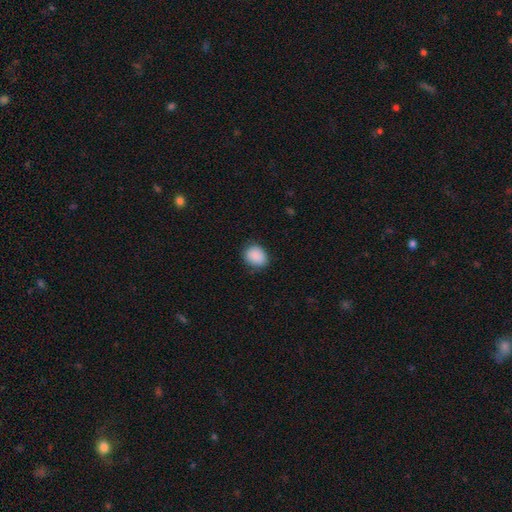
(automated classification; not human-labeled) Q: Smooth or featured?
A: smooth (89%); runner-up: star or artifact (7%)
Q: How rounded?
A: round (50%); runner-up: in between (49%)
Q: Merging?
A: none (82%); runner-up: minor disturbance (14%)